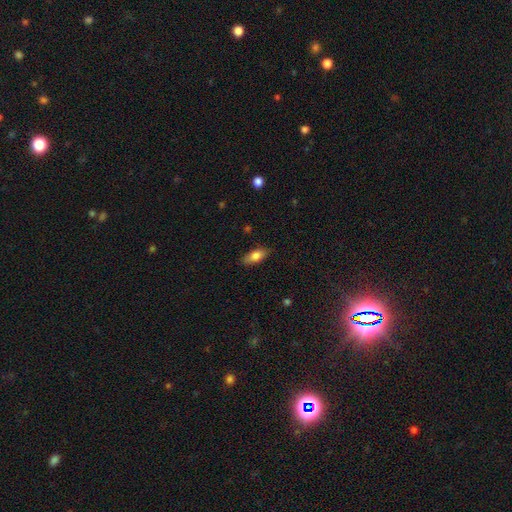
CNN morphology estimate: This is likely a smooth galaxy (78%). How rounded: clearly in between (80%). Merging: clearly none (85%).